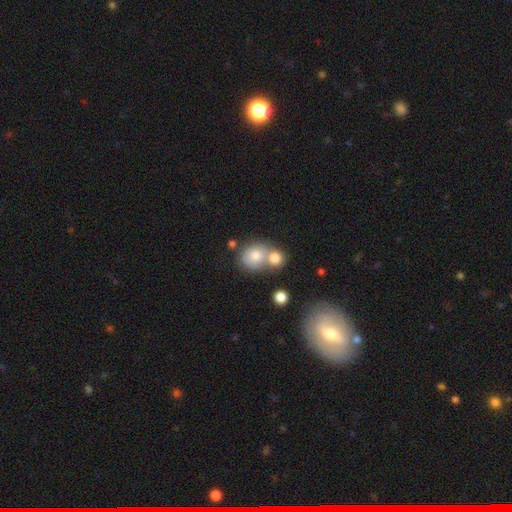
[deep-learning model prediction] A smooth galaxy with no disk features (74%) that is round (76%).

Vote fractions:
- Smooth or featured? smooth: 74% / featured or disk: 16% / star or artifact: 10%
- How rounded? round: 76% / in between: 23% / cigar-shaped: 1%
- Merging? merger: 51% / none: 37% / minor disturbance: 8% / major disturbance: 3%